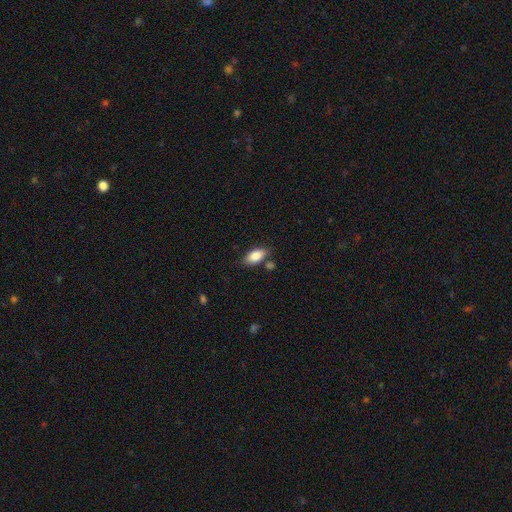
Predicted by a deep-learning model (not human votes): Smooth or featured?
  - smooth: 86% *
  - star or artifact: 7%
  - featured or disk: 7%
How rounded?
  - in between: 91% *
  - cigar-shaped: 5%
  - round: 4%
Merging?
  - none: 75% *
  - minor disturbance: 15%
  - merger: 7%
  - major disturbance: 3%